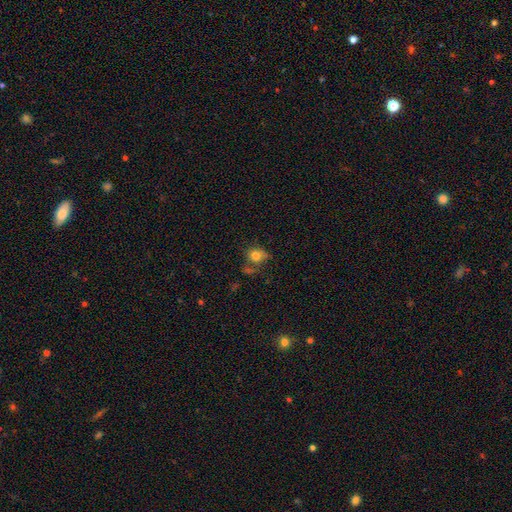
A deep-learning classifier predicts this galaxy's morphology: Smooth or featured? Predicted: smooth (p=0.75). How rounded? Predicted: round (p=0.62). Merging? Predicted: none (p=0.46).